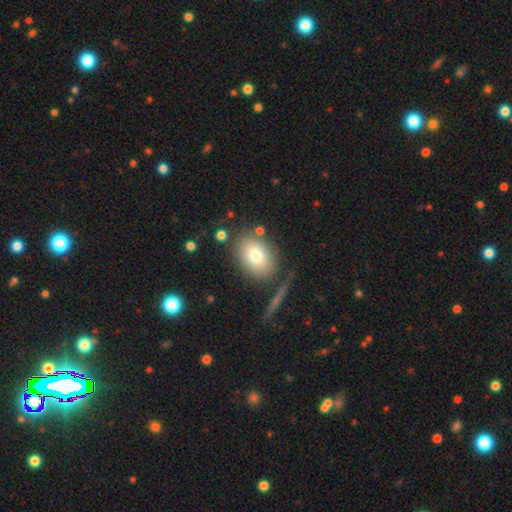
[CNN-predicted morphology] smooth-or-featured: smooth: 77% | featured or disk: 14% | star or artifact: 9%
  how-rounded: in between: 69% | round: 29% | cigar-shaped: 2%
  merging: none: 77% | minor disturbance: 12% | merger: 6% | major disturbance: 5%